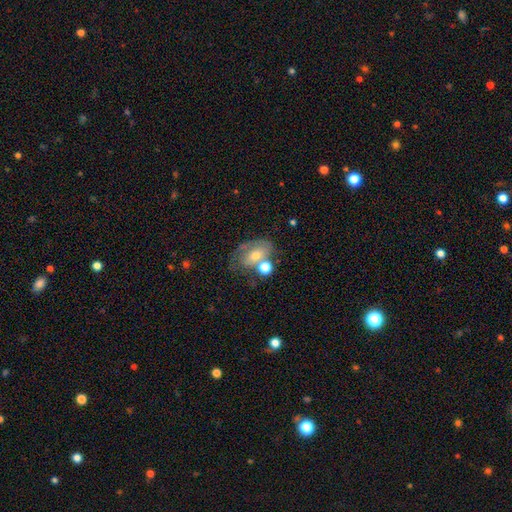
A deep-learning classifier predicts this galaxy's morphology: smooth_or_featured: featured or disk (p=0.45) [alt: smooth p=0.44]
merging: none (p=0.38) [alt: merger p=0.26]